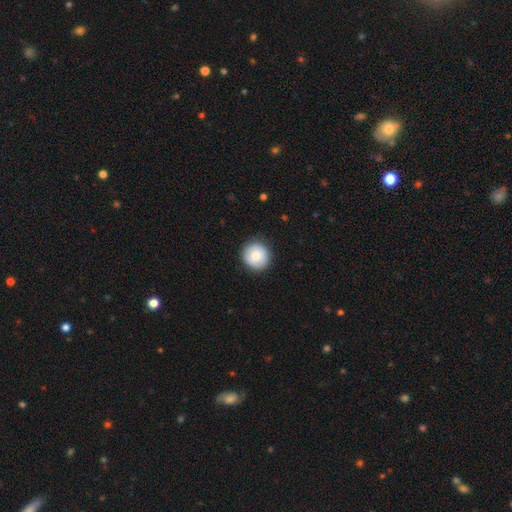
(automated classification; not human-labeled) A smooth galaxy with no disk features (69%) that is round (94%).

Vote fractions:
- Smooth or featured? smooth: 69% / featured or disk: 23% / star or artifact: 7%
- How rounded? round: 94% / in between: 5% / cigar-shaped: 1%
- Merging? none: 87% / minor disturbance: 9% / major disturbance: 2% / merger: 1%